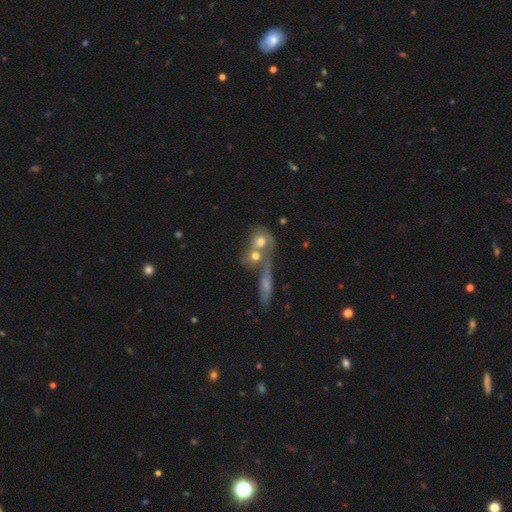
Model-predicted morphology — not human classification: Overall: smooth (50%; featured or disk 38%). Merging: merger (55%; none 29%).